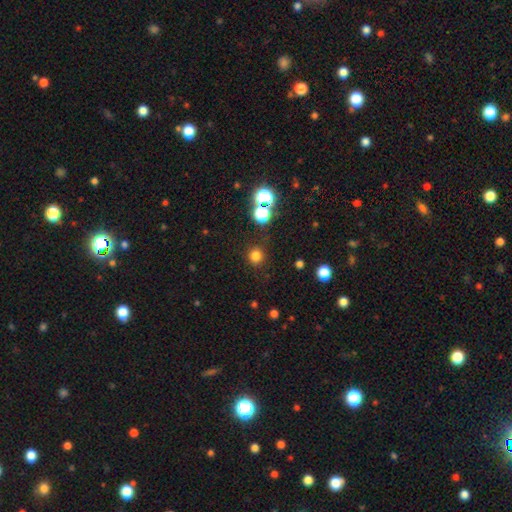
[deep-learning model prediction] Smooth or featured? Predicted: smooth (p=0.77). How rounded? Predicted: round (p=0.92). Merging? Predicted: none (p=0.88).